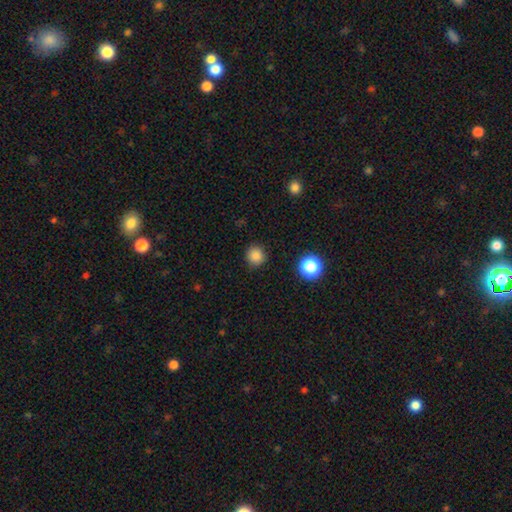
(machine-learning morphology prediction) Smooth or featured? smooth (84%)
How rounded? round (93%)
Merging? none (90%)